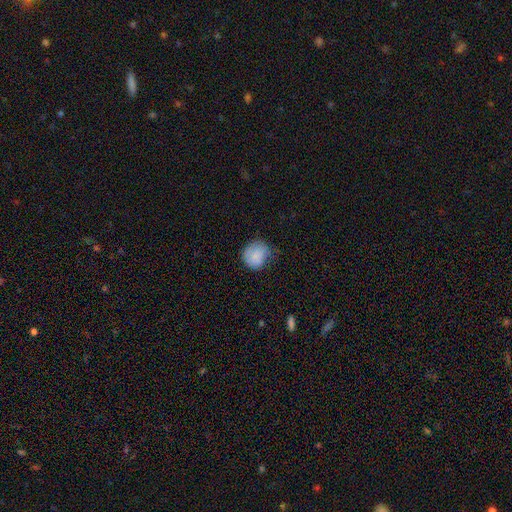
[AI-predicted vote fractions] Smooth or featured: smooth — 83% (featured or disk — 9%)
How rounded: round — 75% (in between — 24%)
Merging: none — 53% (minor disturbance — 35%)